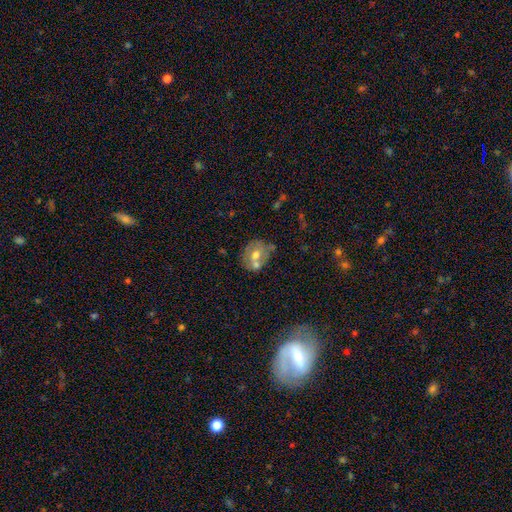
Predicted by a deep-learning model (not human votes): Smooth or featured? smooth (52%)
How rounded? round (58%)
Merging? none (47%)